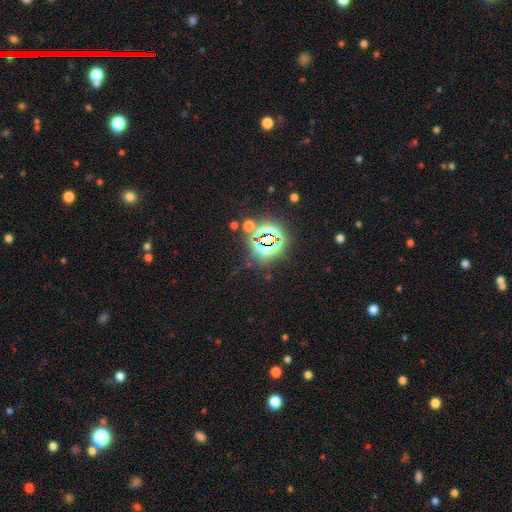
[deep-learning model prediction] Smooth or featured: star or artifact — 83% (smooth — 10%)